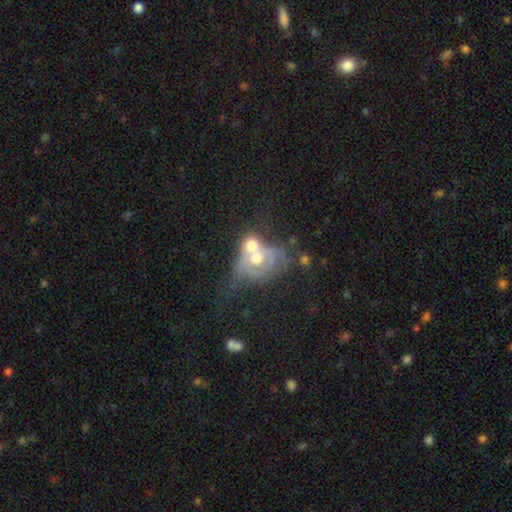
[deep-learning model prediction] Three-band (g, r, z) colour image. It shows a featured or disk galaxy (57%) with no bar (82%), no spiral arms (58%) and a moderate central bulge (66%). Merging: merger (62%).